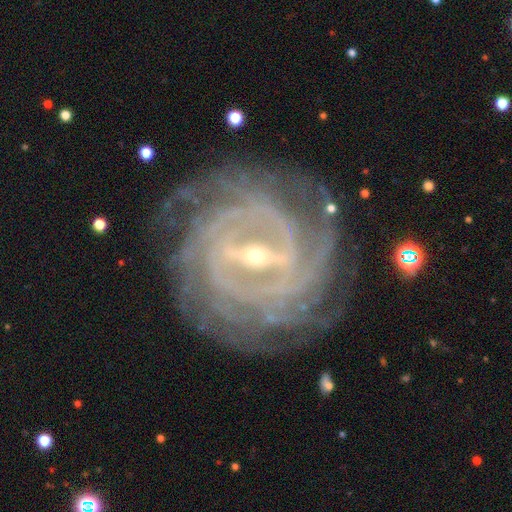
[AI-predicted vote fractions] Morphology: type=featured or disk (92%); edge-on=no (96%); bar=strong (66%); spiral arms=yes (98%); winding=tight (84%); arm count=4 (29%); bulge=small (63%); merging=none (82%).